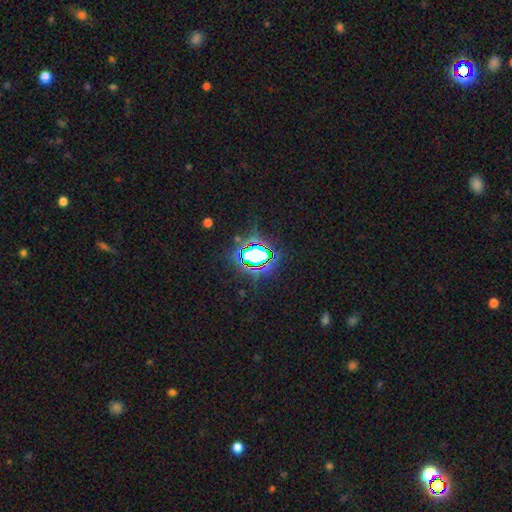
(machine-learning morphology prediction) type=star or artifact (68%).